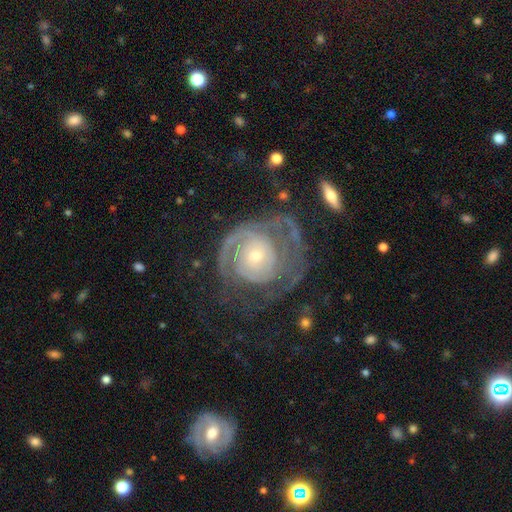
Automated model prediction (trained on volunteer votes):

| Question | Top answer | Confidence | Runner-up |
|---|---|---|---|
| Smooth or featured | featured or disk | 85% | smooth (10%) |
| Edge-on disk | no | 97% | yes (3%) |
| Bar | no | 79% | weak (16%) |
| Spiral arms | yes | 92% | no (8%) |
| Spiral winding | tight | 69% | medium (22%) |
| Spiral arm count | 2 | 33% | can't tell (32%) |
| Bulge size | small | 71% | moderate (23%) |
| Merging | none | 50% | major disturbance (30%) |